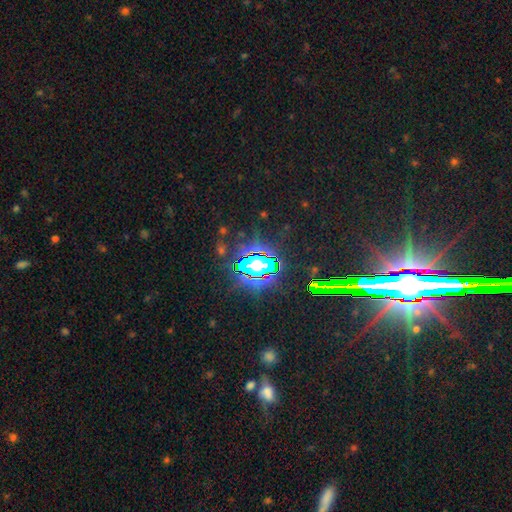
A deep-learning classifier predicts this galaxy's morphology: A star or artifact, not a galaxy (83%).

Vote fractions:
- Smooth or featured? star or artifact: 83% / featured or disk: 9% / smooth: 7%